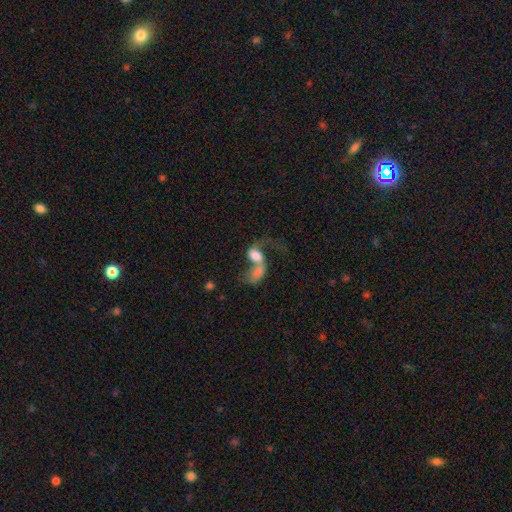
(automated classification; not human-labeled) Smooth or featured: smooth — 50% (featured or disk — 40%)
Merging: merger — 74% (major disturbance — 14%)